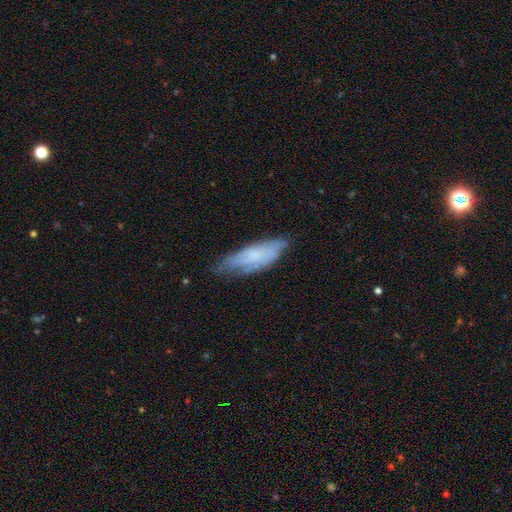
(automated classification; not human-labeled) smooth_or_featured: smooth (p=0.49) [alt: featured or disk p=0.43]
merging: none (p=0.54) [alt: minor disturbance p=0.33]